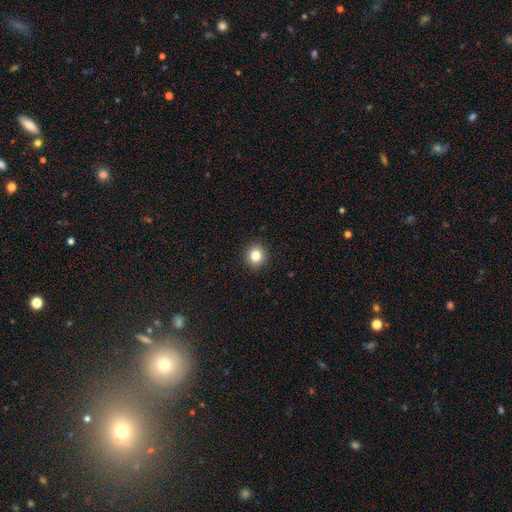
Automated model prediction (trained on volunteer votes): Smooth or featured? Predicted: smooth (p=0.82). How rounded? Predicted: round (p=0.85). Merging? Predicted: none (p=0.92).